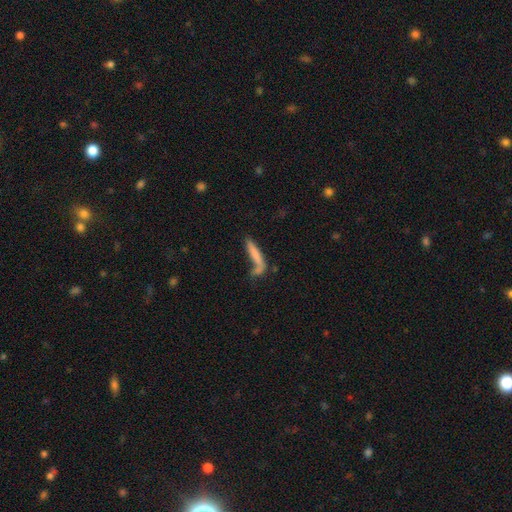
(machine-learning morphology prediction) Smooth or featured? smooth (70%)
How rounded? cigar-shaped (85%)
Merging? none (44%)